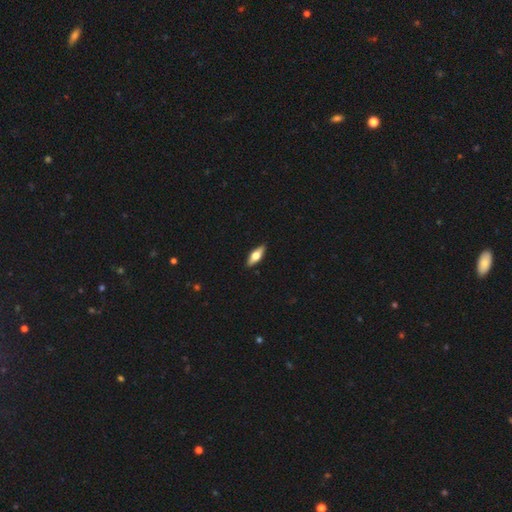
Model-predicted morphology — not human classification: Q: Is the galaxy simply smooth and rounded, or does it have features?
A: smooth — 48%.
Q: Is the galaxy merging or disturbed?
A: none — 90%.